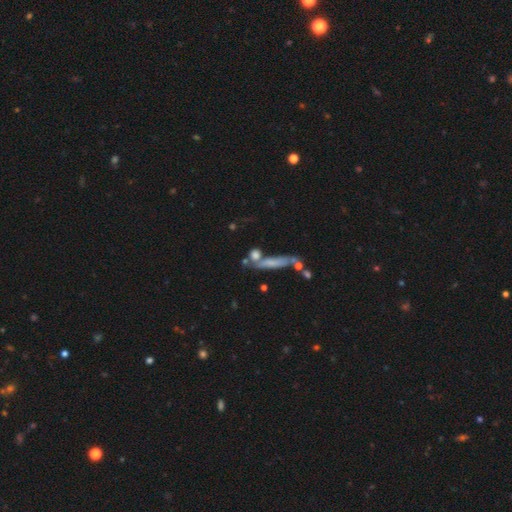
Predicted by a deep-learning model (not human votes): Smooth or featured: smooth — 69% (featured or disk — 21%)
How rounded: cigar-shaped — 42% (round — 35%)
Merging: none — 53% (merger — 23%)